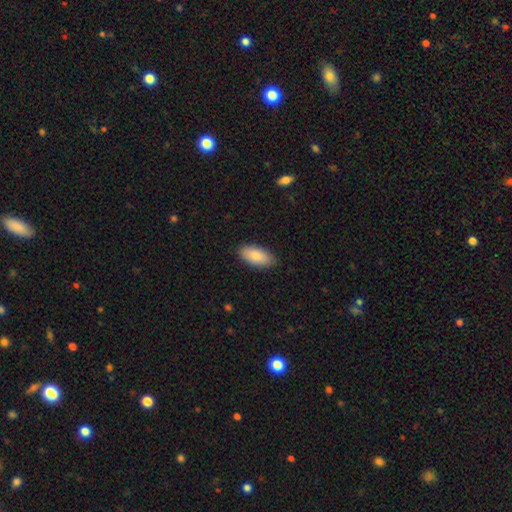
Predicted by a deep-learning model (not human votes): The model was most divided on "merging": none: 87%, minor disturbance: 10%, major disturbance: 2%, merger: 1%. More confident: how rounded — in between (91%); smooth or featured — smooth (86%).